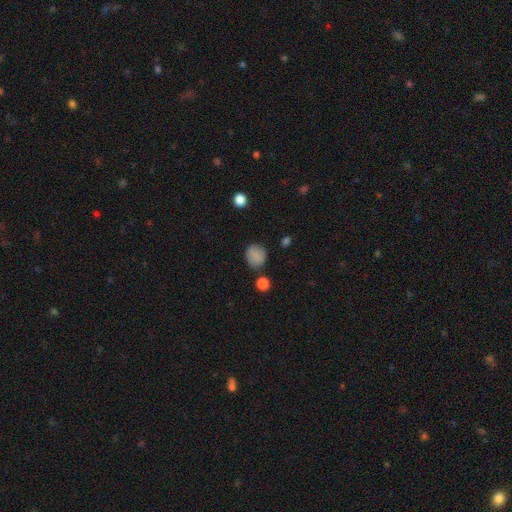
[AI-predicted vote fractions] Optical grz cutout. It shows a smooth galaxy with no disk features (83%) that is round (75%). Merging: none (77%).